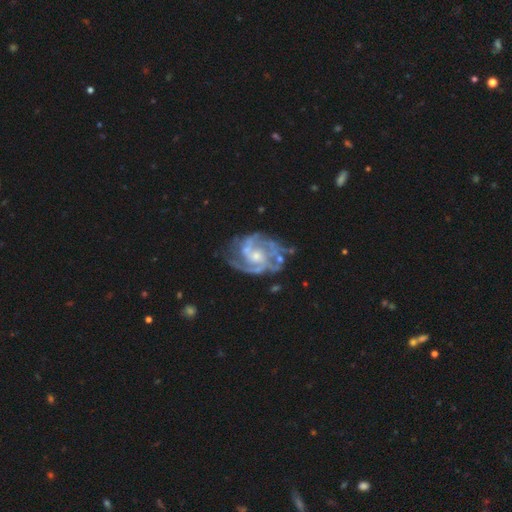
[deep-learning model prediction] Smooth or featured?
  - featured or disk: 90% *
  - smooth: 5%
  - star or artifact: 5%
Edge-on disk?
  - no: 98% *
  - yes: 2%
Bar?
  - no: 62% *
  - weak: 31%
  - strong: 7%
Spiral arms?
  - yes: 95% *
  - no: 5%
Spiral winding?
  - tight: 45% *
  - medium: 43%
  - loose: 12%
Spiral arm count?
  - 2: 39% *
  - 3: 22%
  - can't tell: 21%
  - 4: 7%
  - 1: 5%
  - more than 4: 5%
Bulge size?
  - small: 49% *
  - moderate: 43%
  - none: 4%
  - large: 3%
  - dominant: 1%
Merging?
  - none: 58% *
  - minor disturbance: 22%
  - major disturbance: 16%
  - merger: 5%